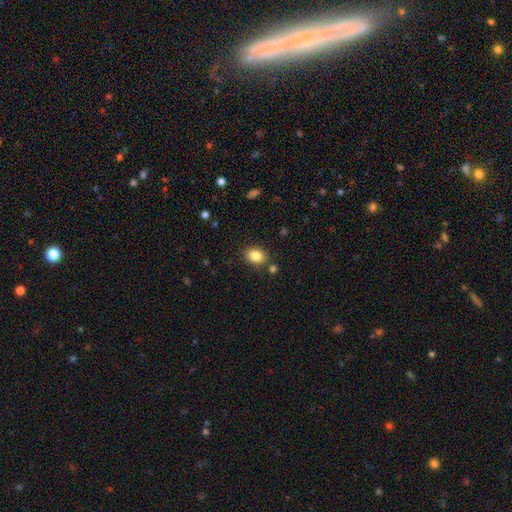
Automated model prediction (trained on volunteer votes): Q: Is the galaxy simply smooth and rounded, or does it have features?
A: smooth — 85%.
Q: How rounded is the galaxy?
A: in between — 69%.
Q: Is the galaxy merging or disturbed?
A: none — 82%.